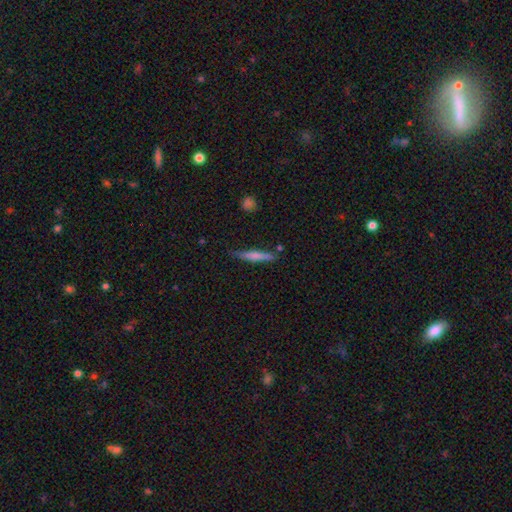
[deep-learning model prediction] Smooth or featured?
  - smooth: 58% *
  - featured or disk: 35%
  - star or artifact: 6%
How rounded?
  - cigar-shaped: 92% *
  - in between: 6%
  - round: 2%
Merging?
  - none: 80% *
  - minor disturbance: 14%
  - merger: 4%
  - major disturbance: 3%